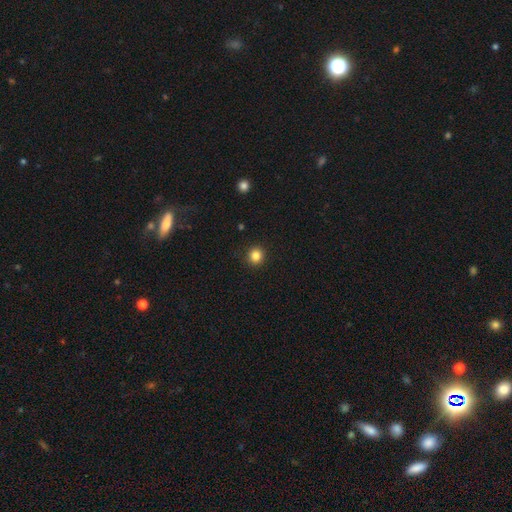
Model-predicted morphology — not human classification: type=smooth (84%); roundness=round (91%); merging=none (92%).